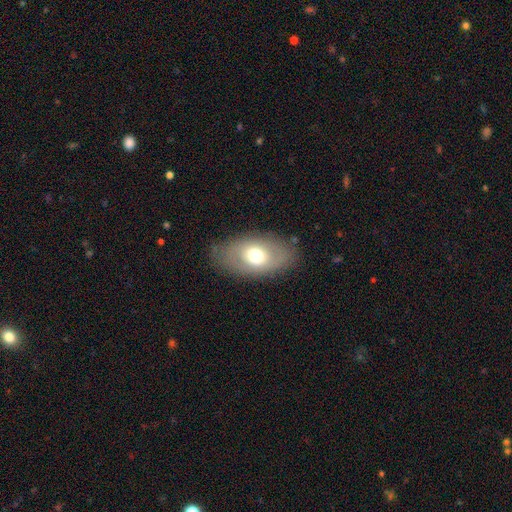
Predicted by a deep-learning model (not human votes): The model was most divided on "smooth or featured": smooth: 58%, featured or disk: 35%, star or artifact: 8%. More confident: how rounded — in between (89%); merging — none (80%).